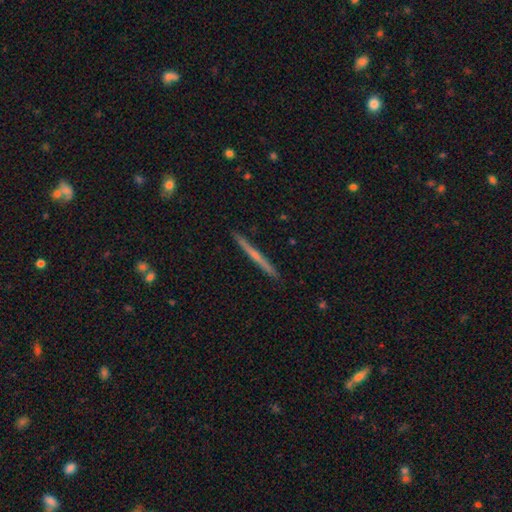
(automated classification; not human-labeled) Q: Smooth or featured?
A: featured or disk (59%); runner-up: smooth (34%)
Q: Edge-on disk?
A: yes (98%); runner-up: no (2%)
Q: Edge-on bulge?
A: none (67%); runner-up: rounded (28%)
Q: Merging?
A: none (92%); runner-up: minor disturbance (6%)